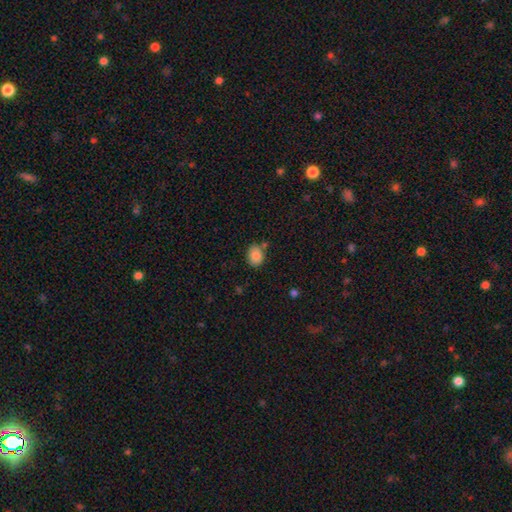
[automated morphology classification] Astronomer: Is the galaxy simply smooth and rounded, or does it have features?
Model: smooth — 84%.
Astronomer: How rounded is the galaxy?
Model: in between — 55% (runner-up: round, 44%).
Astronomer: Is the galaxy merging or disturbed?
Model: none — 74%.